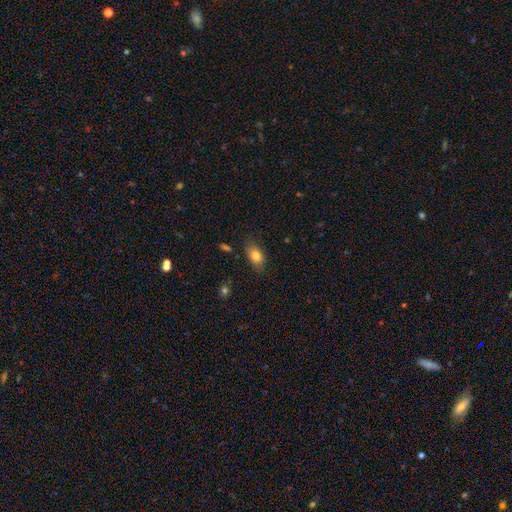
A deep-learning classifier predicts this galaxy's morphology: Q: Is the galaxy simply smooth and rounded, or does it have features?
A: smooth — 81%.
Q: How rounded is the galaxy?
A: in between — 88%.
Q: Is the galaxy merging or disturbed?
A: none — 80%.